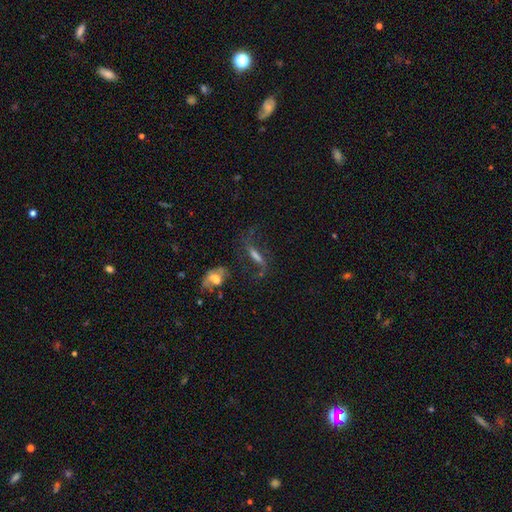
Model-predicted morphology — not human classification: A featured or disk galaxy (54%). Merging: none (51%).